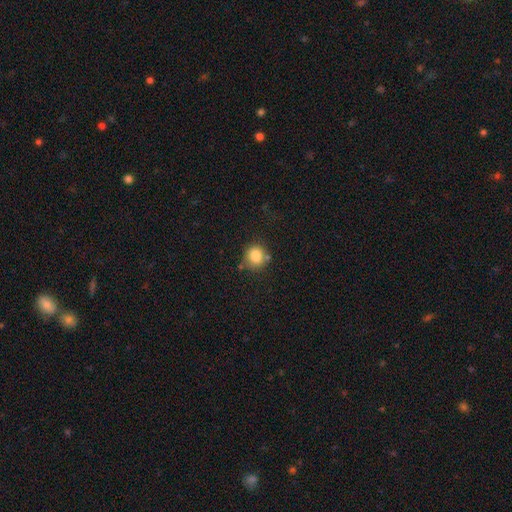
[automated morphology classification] Smooth or featured? smooth (84%)
How rounded? round (82%)
Merging? none (69%)